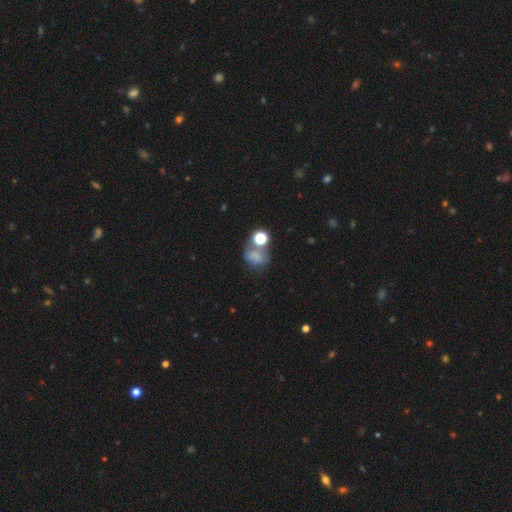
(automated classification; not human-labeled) This appears to be a smooth galaxy with no disk features (60%) that is in between round and cigar-shaped (51%). Merging: none (34%).